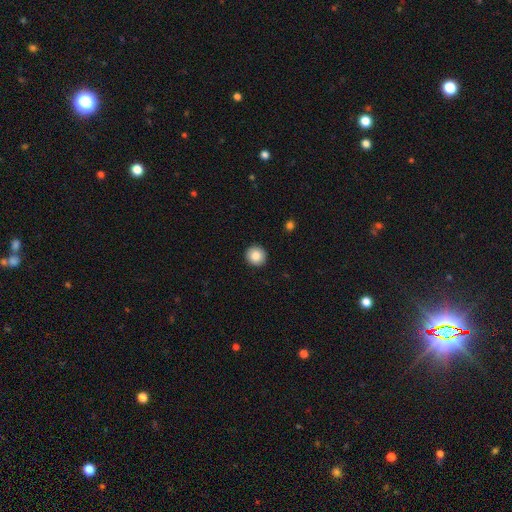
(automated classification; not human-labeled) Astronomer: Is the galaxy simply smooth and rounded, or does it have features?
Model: smooth — 86%.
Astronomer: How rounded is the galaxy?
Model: round — 93%.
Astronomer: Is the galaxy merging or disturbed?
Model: none — 93%.